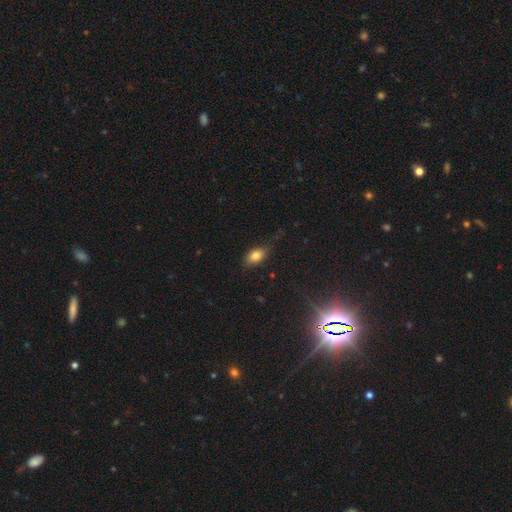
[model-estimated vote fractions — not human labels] This is likely a smooth galaxy (80%). How rounded: clearly in between (85%). Merging: likely none (71%).